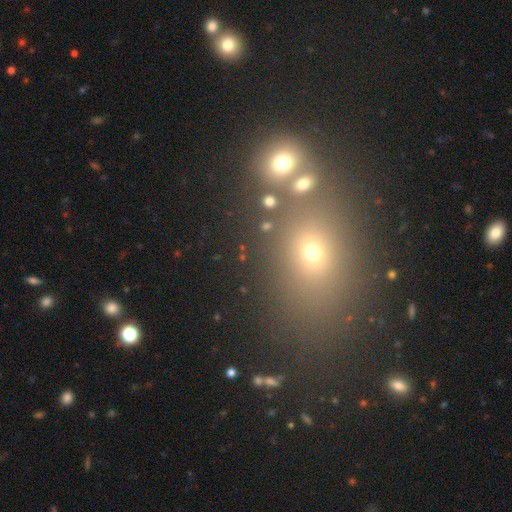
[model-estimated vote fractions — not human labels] A smooth galaxy with no disk features (50%). Merging: none (72%).